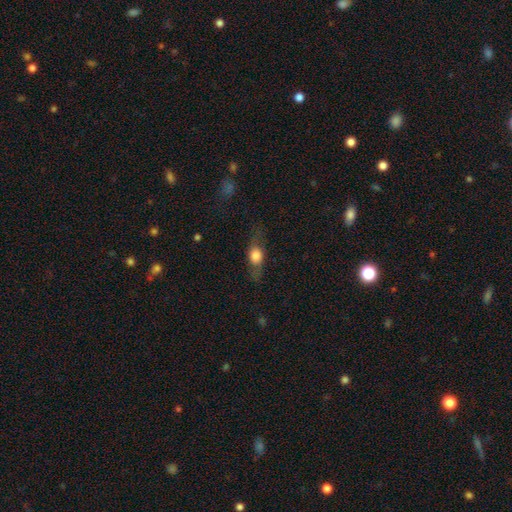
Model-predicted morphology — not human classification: type=smooth (53%); roundness=in between (51%); merging=none (72%).